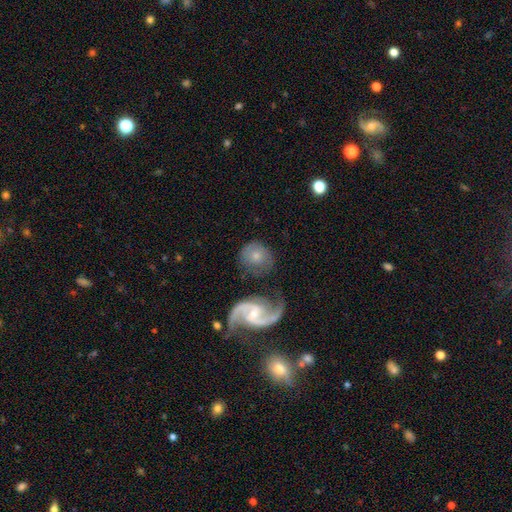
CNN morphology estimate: A featured or disk galaxy (49%). Merging: none (61%).